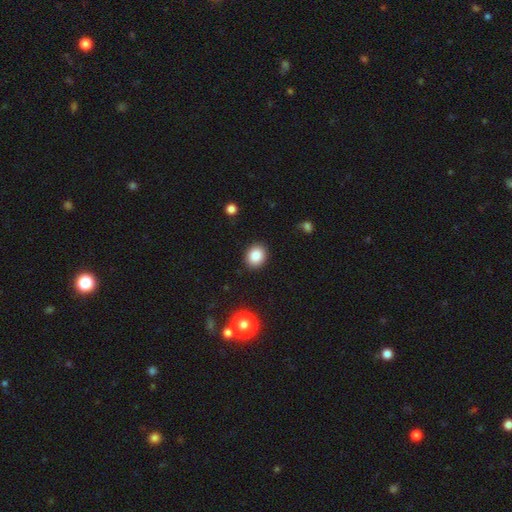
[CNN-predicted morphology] A smooth galaxy with no disk features (86%) that is round (53%). Merging: none (89%).